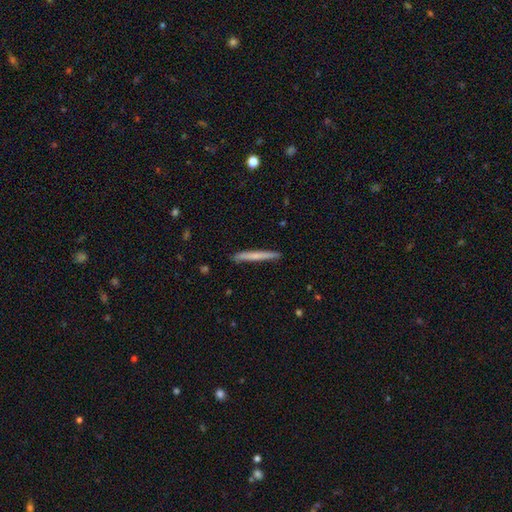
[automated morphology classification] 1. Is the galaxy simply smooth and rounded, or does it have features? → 65% smooth, 30% featured or disk, 5% star or artifact.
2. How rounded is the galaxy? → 97% cigar-shaped, 2% in between, 1% round.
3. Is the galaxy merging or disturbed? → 90% none, 7% minor disturbance, 1% major disturbance, 1% merger.